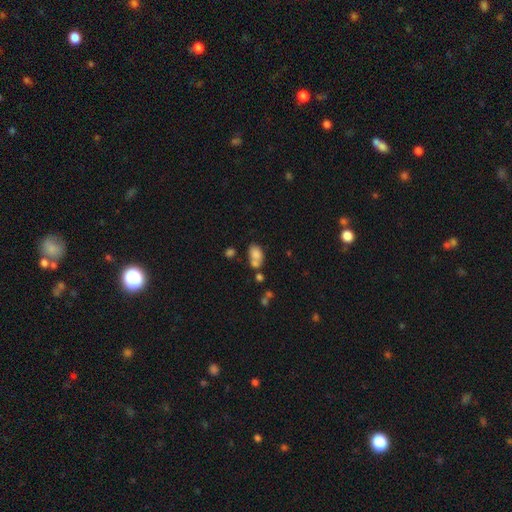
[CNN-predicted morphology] smooth-or-featured: smooth: 75% | featured or disk: 15% | star or artifact: 11%
  how-rounded: in between: 81% | round: 17% | cigar-shaped: 2%
  merging: merger: 44% | none: 33% | minor disturbance: 15% | major disturbance: 8%